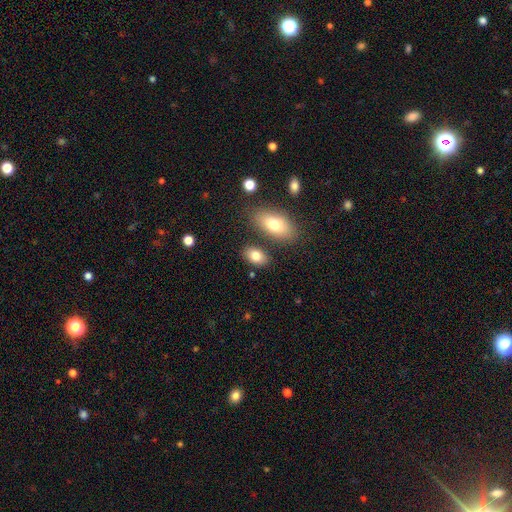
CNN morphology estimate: Smooth or featured: smooth — 80% (featured or disk — 12%)
How rounded: in between — 88% (round — 10%)
Merging: none — 76% (minor disturbance — 11%)